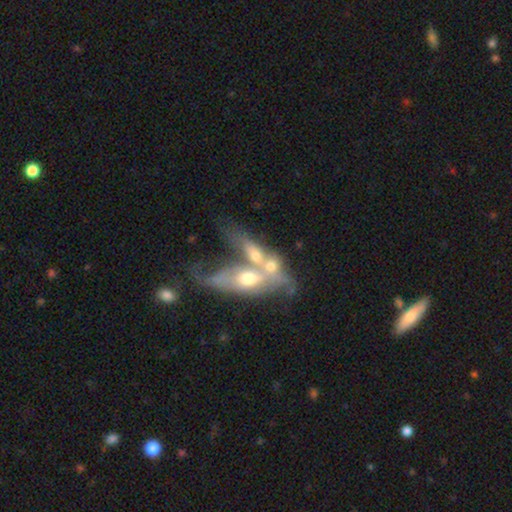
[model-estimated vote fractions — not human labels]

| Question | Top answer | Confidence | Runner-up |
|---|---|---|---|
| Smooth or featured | featured or disk | 55% | smooth (36%) |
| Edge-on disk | no | 75% | yes (25%) |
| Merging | merger | 70% | none (12%) |